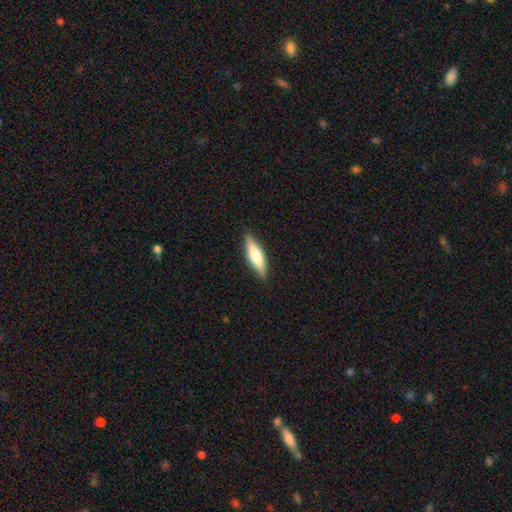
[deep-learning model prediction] Q: Smooth or featured?
A: smooth (56%); runner-up: featured or disk (39%)
Q: How rounded?
A: cigar-shaped (64%); runner-up: in between (35%)
Q: Merging?
A: none (88%); runner-up: minor disturbance (9%)